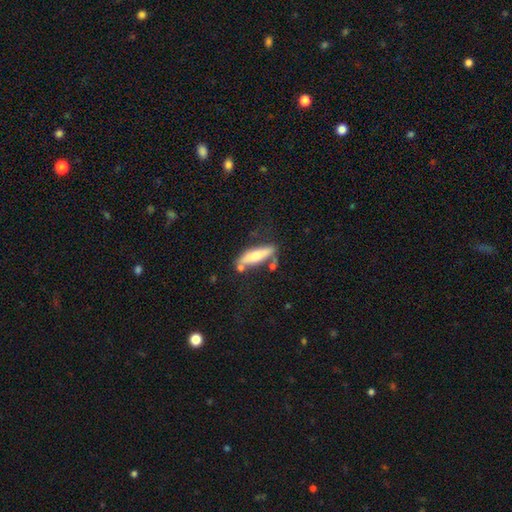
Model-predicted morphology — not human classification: Smooth or featured: smooth — 65% (featured or disk — 29%)
How rounded: cigar-shaped — 71% (in between — 28%)
Merging: none — 67% (minor disturbance — 17%)